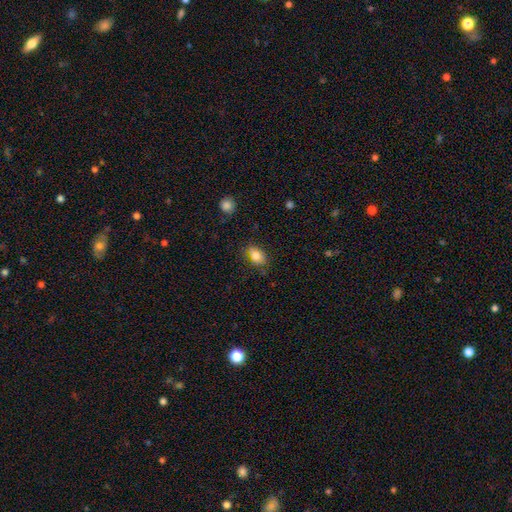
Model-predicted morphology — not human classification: This is clearly a smooth galaxy (81%). How rounded: clearly in between (83%). Merging: likely none (75%).